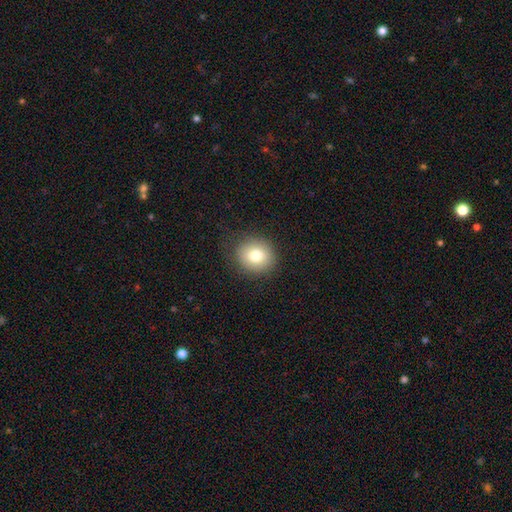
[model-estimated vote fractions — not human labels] Smooth or featured? Predicted: smooth (p=0.79). How rounded? Predicted: round (p=0.83). Merging? Predicted: none (p=0.85).